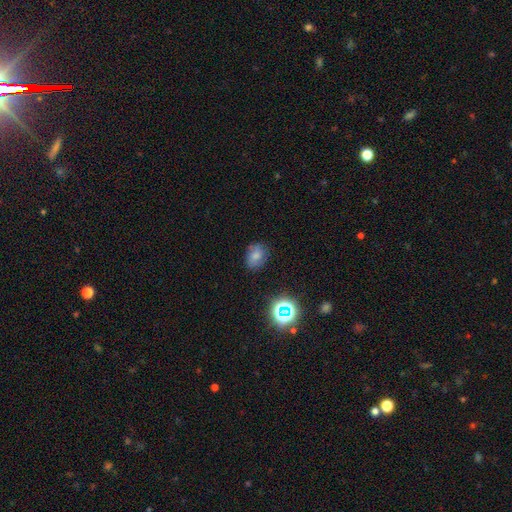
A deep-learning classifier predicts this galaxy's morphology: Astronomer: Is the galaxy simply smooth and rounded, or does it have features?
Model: smooth — 65%.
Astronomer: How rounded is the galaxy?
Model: in between — 59% (runner-up: round, 39%).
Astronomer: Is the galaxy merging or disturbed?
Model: none — 74%.